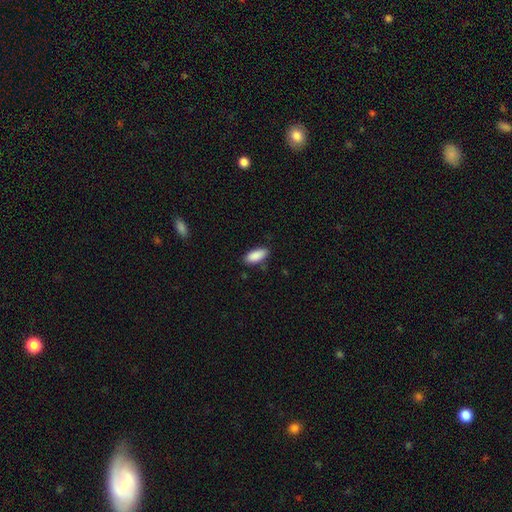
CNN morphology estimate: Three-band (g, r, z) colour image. It shows a smooth galaxy with no disk features (90%) that is in between round and cigar-shaped (86%). Merging: none (83%).